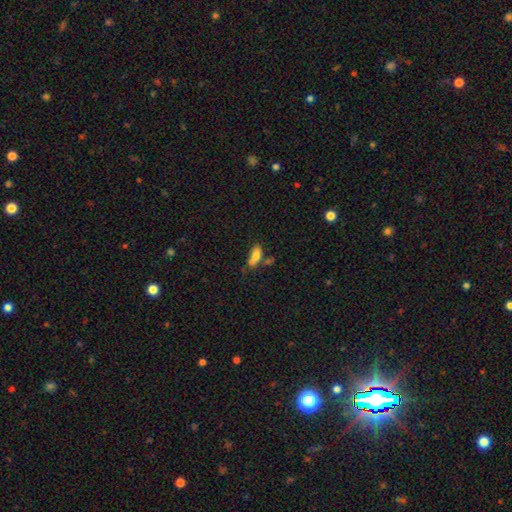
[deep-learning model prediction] smooth 75%, featured or disk 15%, star or artifact 9%. Down the decision tree: how rounded — in between (79%); merging — none (44%).